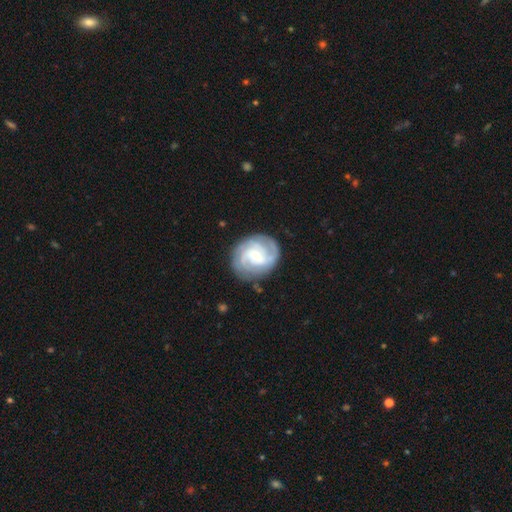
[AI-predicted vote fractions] A featured or disk galaxy (86%) with no bar (56%), 3 (32%) tight (60%) spiral arms (96%) and a small central bulge (56%).

Vote fractions:
- Smooth or featured? featured or disk: 86% / smooth: 10% / star or artifact: 5%
- Edge-on disk? no: 98% / yes: 2%
- Bar? no: 56% / weak: 35% / strong: 9%
- Spiral arms? yes: 96% / no: 4%
- Spiral winding? tight: 60% / medium: 33% / loose: 7%
- Spiral arm count? 3: 32% / 2: 25% / can't tell: 20% / 4: 12% / more than 4: 5% / 1: 5%
- Bulge size? small: 56% / moderate: 40% / large: 2% / none: 1% / dominant: 1%
- Merging? none: 82% / minor disturbance: 13% / major disturbance: 4% / merger: 1%